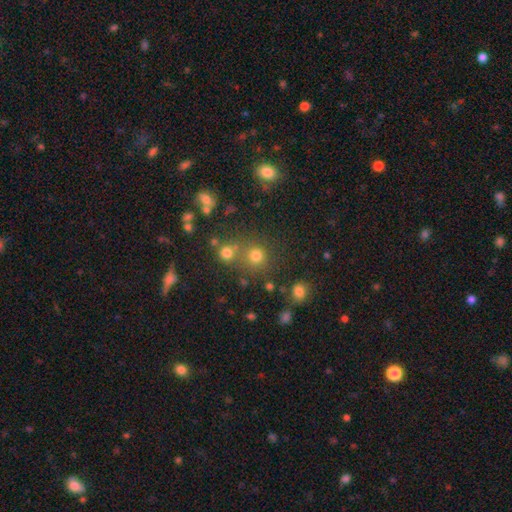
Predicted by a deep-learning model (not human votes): Smooth or featured?
  - smooth: 65% *
  - star or artifact: 26%
  - featured or disk: 9%
How rounded?
  - round: 90% *
  - in between: 9%
  - cigar-shaped: 1%
Merging?
  - none: 69% *
  - merger: 19%
  - minor disturbance: 8%
  - major disturbance: 3%